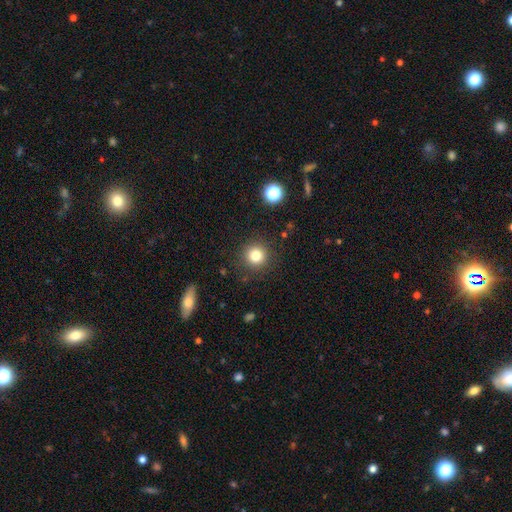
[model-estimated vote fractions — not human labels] Smooth or featured? smooth (80%)
How rounded? round (94%)
Merging? none (89%)